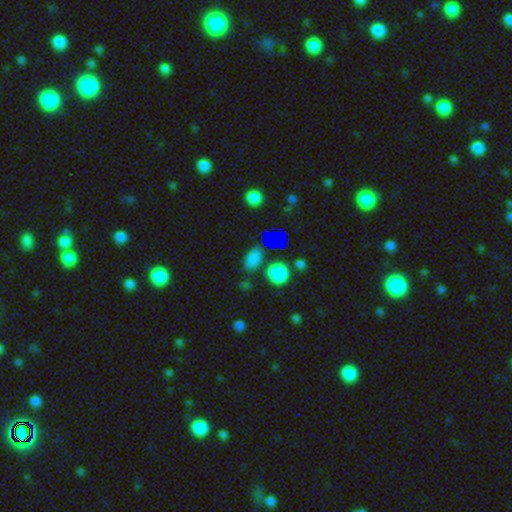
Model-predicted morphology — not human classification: smooth_or_featured: smooth (p=0.68) [alt: star or artifact p=0.24]
how_rounded: in between (p=0.76) [alt: round p=0.19]
merging: none (p=0.75) [alt: minor disturbance p=0.13]